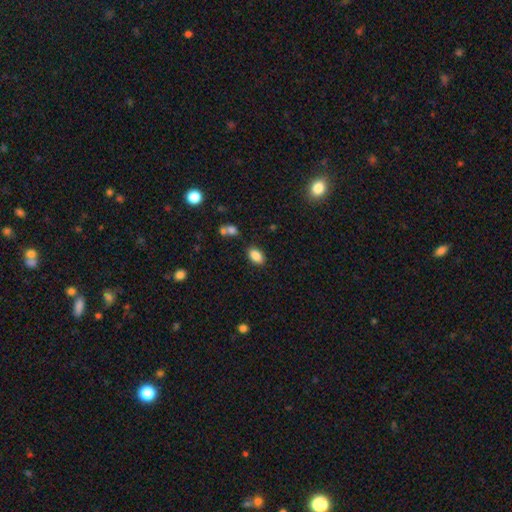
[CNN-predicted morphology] A smooth galaxy with no disk features (86%) that is in between round and cigar-shaped (90%). Merging: none (82%).